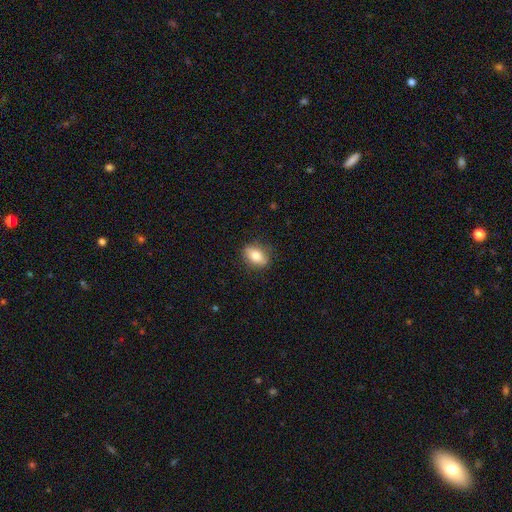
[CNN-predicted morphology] smooth_or_featured: smooth (p=0.71) [alt: featured or disk p=0.21]
how_rounded: in between (p=0.78) [alt: round p=0.14]
merging: none (p=0.83) [alt: minor disturbance p=0.13]